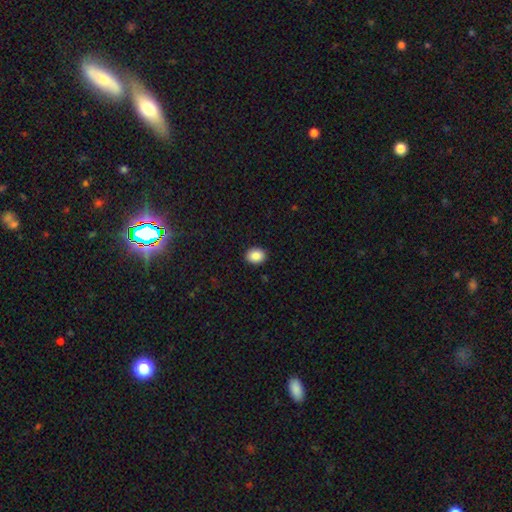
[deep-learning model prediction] Overall: smooth (88%). How rounded: in between (52%; round 47%). Merging: none (91%).